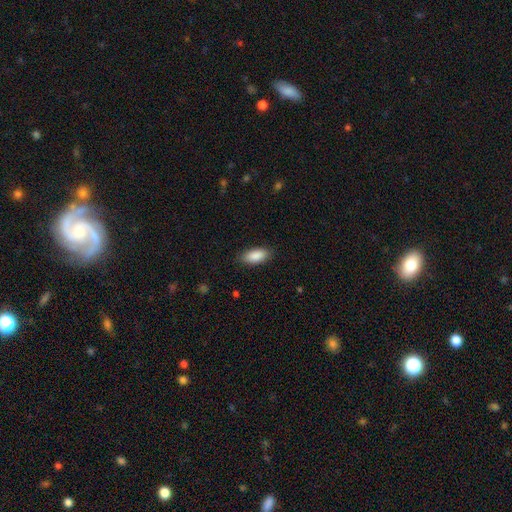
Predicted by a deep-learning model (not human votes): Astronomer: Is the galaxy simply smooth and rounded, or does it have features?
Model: smooth — 90%.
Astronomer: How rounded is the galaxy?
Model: in between — 89%.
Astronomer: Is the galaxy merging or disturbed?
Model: none — 87%.